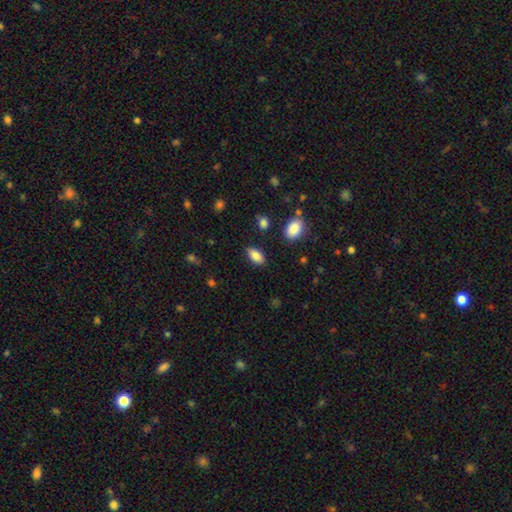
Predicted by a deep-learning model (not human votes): A smooth galaxy with no disk features (86%) that is in between round and cigar-shaped (92%). Merging: none (84%).